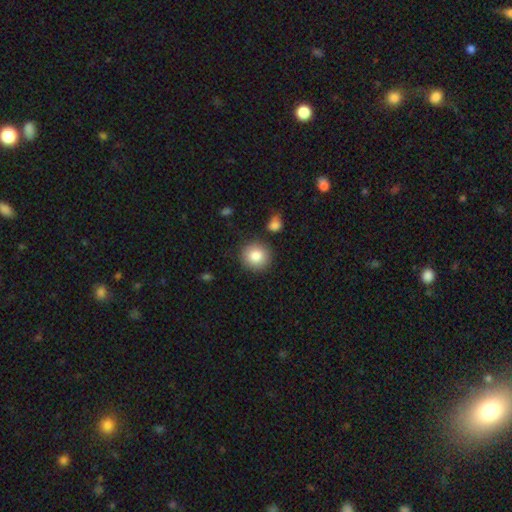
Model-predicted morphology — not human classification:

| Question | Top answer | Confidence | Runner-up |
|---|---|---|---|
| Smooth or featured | smooth | 84% | star or artifact (8%) |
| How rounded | round | 93% | in between (6%) |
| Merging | none | 86% | minor disturbance (7%) |